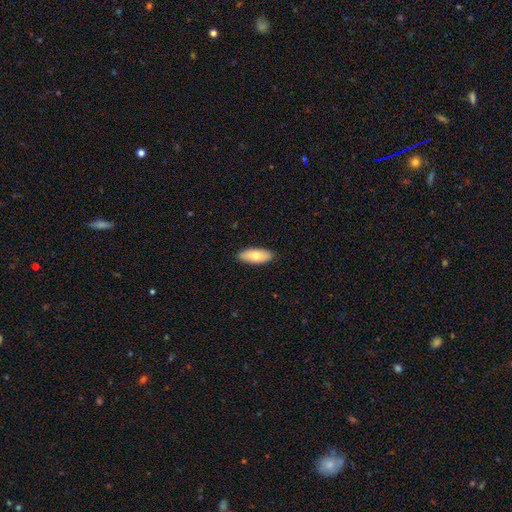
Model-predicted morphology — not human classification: Smooth or featured? Predicted: smooth (p=0.73). How rounded? Predicted: in between (p=0.82). Merging? Predicted: none (p=0.89).